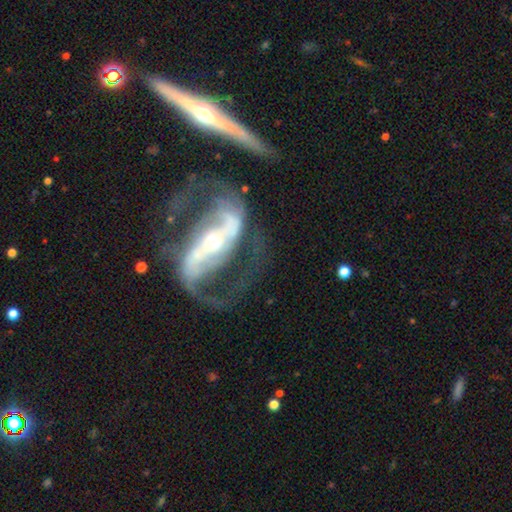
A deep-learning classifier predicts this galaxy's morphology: This appears to be a featured or disk galaxy (90%) with a strong bar (66%), 2 (91%) medium (45%) spiral arms (94%) and a small central bulge (52%). Merging: none (53%).